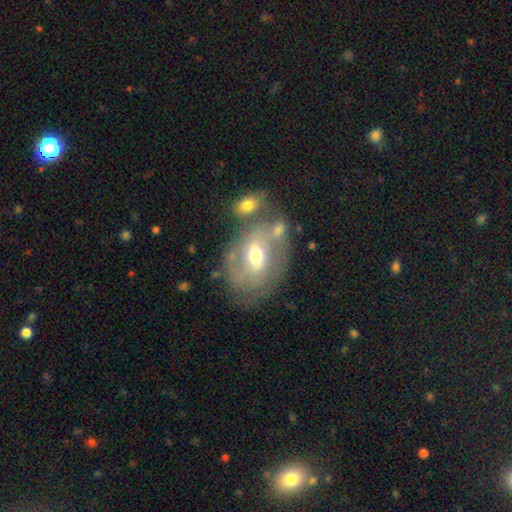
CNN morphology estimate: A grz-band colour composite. It shows a featured or disk galaxy (62%) with a weak bar (43%), spiral arms (67%) and a moderate central bulge (70%). Merging: none (53%).